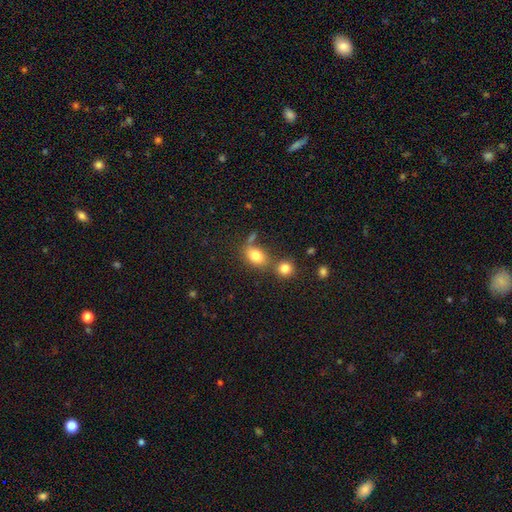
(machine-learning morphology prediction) Smooth or featured?
  - smooth: 79% *
  - star or artifact: 11%
  - featured or disk: 10%
How rounded?
  - in between: 72% *
  - round: 26%
  - cigar-shaped: 2%
Merging?
  - none: 53% *
  - merger: 27%
  - minor disturbance: 14%
  - major disturbance: 6%